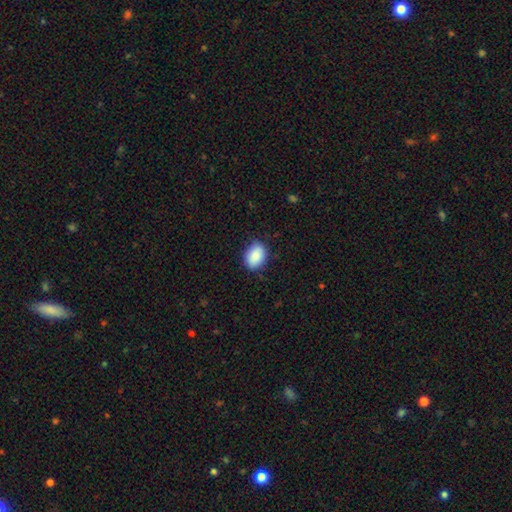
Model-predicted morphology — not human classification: type=smooth (89%); roundness=in between (83%); merging=none (84%).